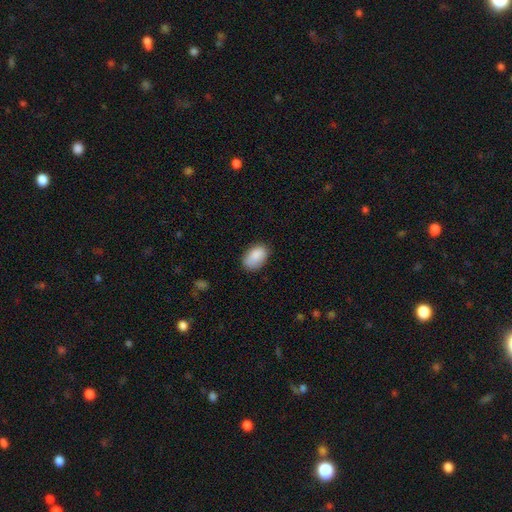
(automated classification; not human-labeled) Smooth or featured?
  - smooth: 87% *
  - star or artifact: 7%
  - featured or disk: 6%
How rounded?
  - in between: 91% *
  - round: 8%
  - cigar-shaped: 1%
Merging?
  - none: 76% *
  - minor disturbance: 19%
  - major disturbance: 4%
  - merger: 1%